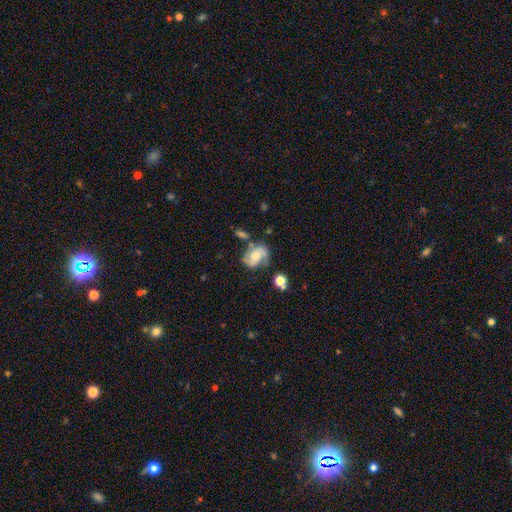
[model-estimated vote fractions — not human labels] Overall: featured or disk (64%; smooth 27%). Edge-on disk: no (97%). Bar: no (59%; weak 33%). Spiral arms: yes (89%). Spiral arm count: 2 (77%). Spiral winding: medium (45%; loose 30%). Bulge size: moderate (46%; small 34%). Merging: none (49%; minor disturbance 24%).